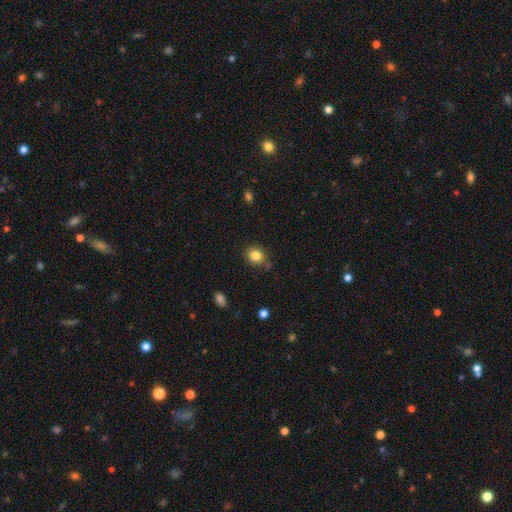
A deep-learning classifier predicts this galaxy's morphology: smooth_or_featured: smooth (p=0.84) [alt: star or artifact p=0.10]
how_rounded: round (p=0.74) [alt: in between p=0.25]
merging: none (p=0.79) [alt: minor disturbance p=0.13]